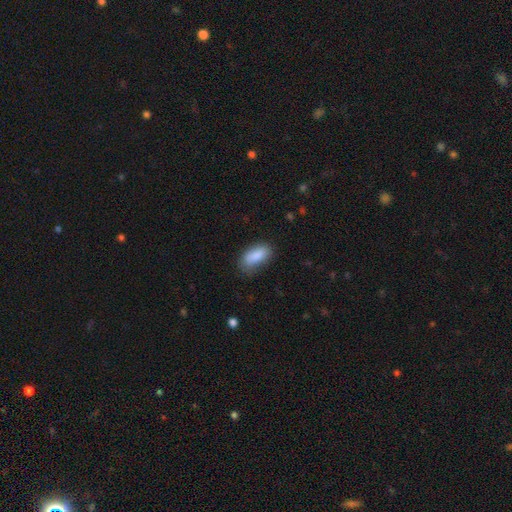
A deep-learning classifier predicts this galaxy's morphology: Q: Smooth or featured?
A: smooth (86%); runner-up: star or artifact (7%)
Q: How rounded?
A: in between (85%); runner-up: cigar-shaped (12%)
Q: Merging?
A: none (68%); runner-up: minor disturbance (25%)